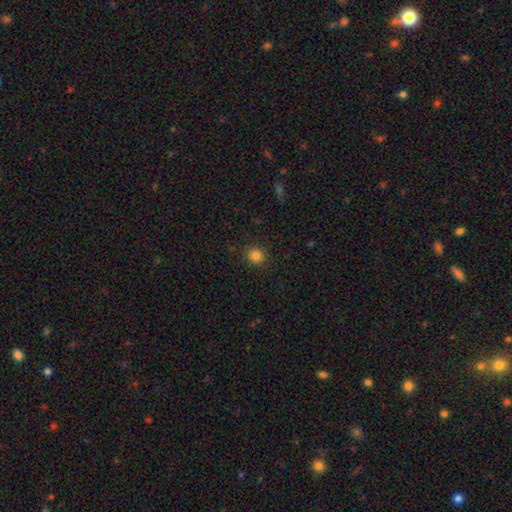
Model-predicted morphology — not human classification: smooth_or_featured: smooth (p=0.83) [alt: star or artifact p=0.12]
how_rounded: round (p=0.84) [alt: in between p=0.15]
merging: none (p=0.89) [alt: minor disturbance p=0.08]